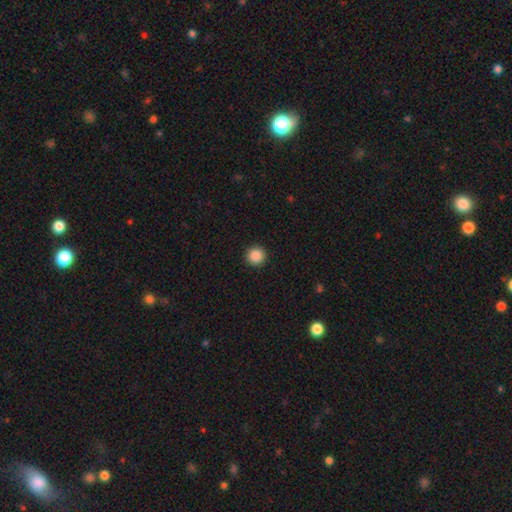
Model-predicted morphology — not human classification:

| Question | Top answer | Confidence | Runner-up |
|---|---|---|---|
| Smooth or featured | smooth | 88% | star or artifact (9%) |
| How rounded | round | 96% | in between (3%) |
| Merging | none | 93% | minor disturbance (4%) |